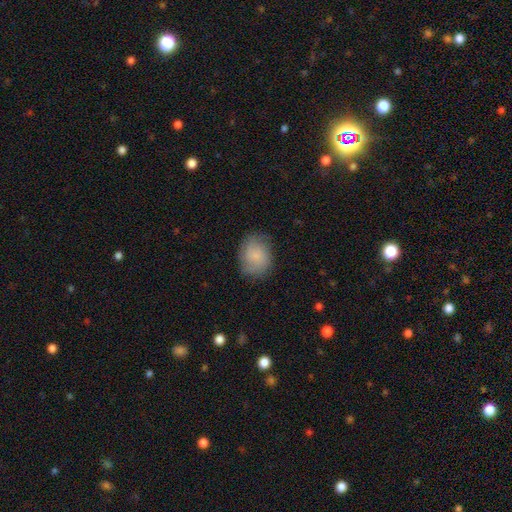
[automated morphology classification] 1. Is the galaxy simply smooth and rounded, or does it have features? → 74% smooth, 18% featured or disk, 8% star or artifact.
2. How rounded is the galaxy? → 59% round, 40% in between, 1% cigar-shaped.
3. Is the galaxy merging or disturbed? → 73% none, 20% minor disturbance, 6% major disturbance, 1% merger.